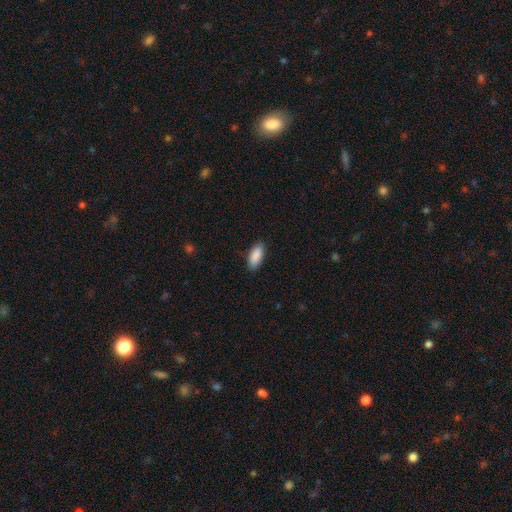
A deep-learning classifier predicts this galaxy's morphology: smooth_or_featured: smooth (p=0.90) [alt: star or artifact p=0.06]
how_rounded: in between (p=0.85) [alt: cigar-shaped p=0.13]
merging: none (p=0.87) [alt: minor disturbance p=0.10]